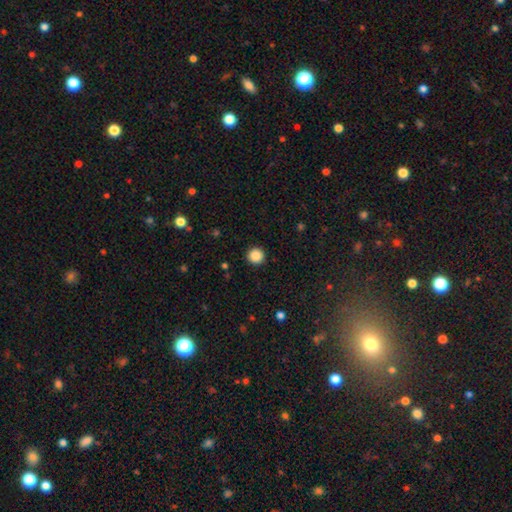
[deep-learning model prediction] Smooth or featured?
  - smooth: 88% *
  - star or artifact: 10%
  - featured or disk: 3%
How rounded?
  - round: 95% *
  - in between: 4%
  - cigar-shaped: 1%
Merging?
  - none: 93% *
  - minor disturbance: 5%
  - major disturbance: 2%
  - merger: 1%